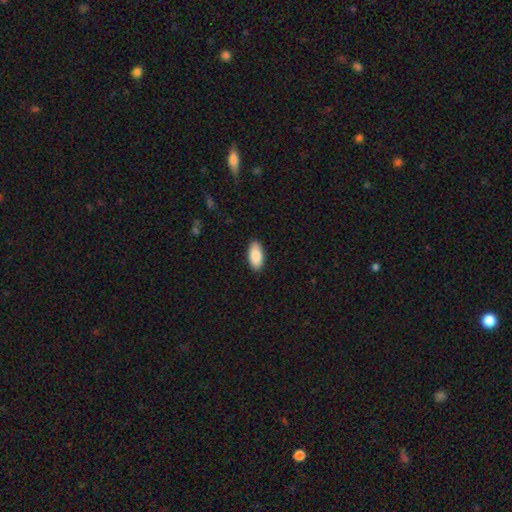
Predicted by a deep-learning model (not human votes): This appears to be a smooth galaxy with no disk features (88%) that is in between round and cigar-shaped (91%). Merging: none (89%).